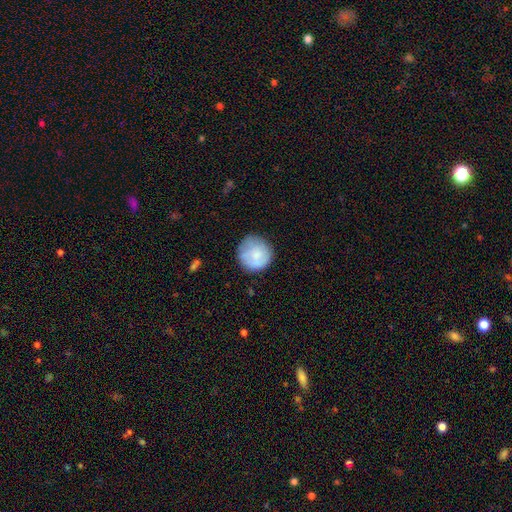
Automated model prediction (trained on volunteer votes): Overall: smooth (79%). How rounded: round (93%). Merging: none (76%).